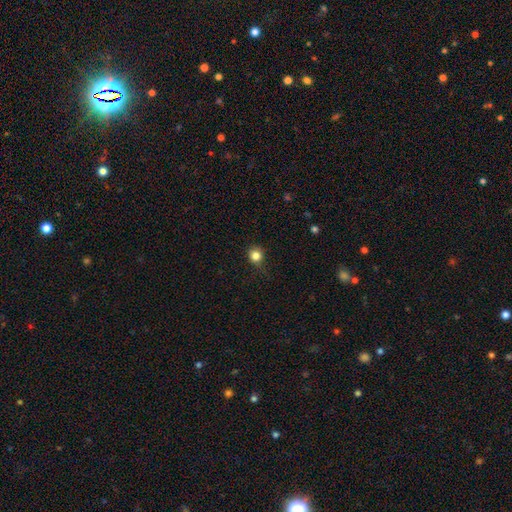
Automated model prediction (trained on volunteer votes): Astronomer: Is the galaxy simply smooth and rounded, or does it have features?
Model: smooth — 82%.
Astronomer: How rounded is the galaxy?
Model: round — 90%.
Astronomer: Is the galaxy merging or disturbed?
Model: none — 80%.